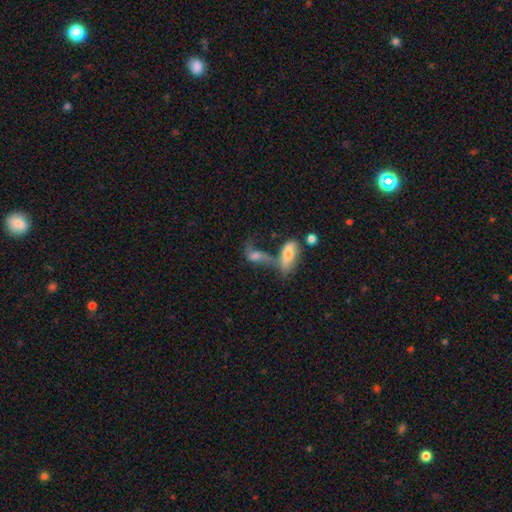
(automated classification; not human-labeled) Smooth or featured? smooth (52%)
How rounded? in between (75%)
Merging? merger (60%)